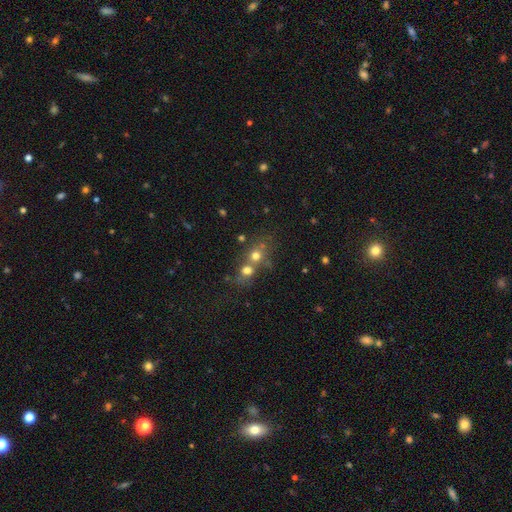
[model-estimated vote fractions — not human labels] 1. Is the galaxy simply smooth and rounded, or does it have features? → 64% smooth, 20% star or artifact, 16% featured or disk.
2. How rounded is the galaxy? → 79% round, 19% in between, 1% cigar-shaped.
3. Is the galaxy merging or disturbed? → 53% merger, 37% none, 6% minor disturbance, 4% major disturbance.